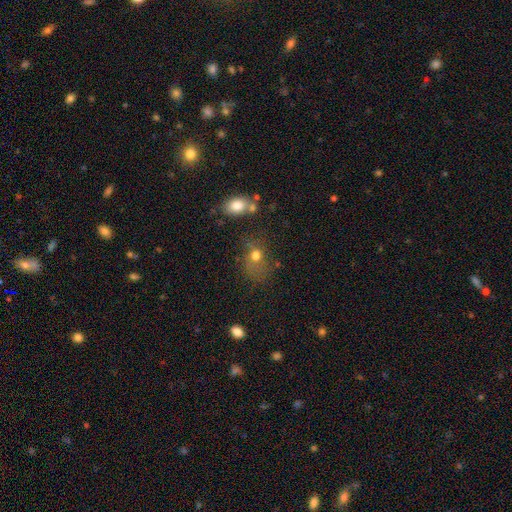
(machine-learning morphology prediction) A smooth galaxy with no disk features (69%) that is round (53%). Merging: none (38%).